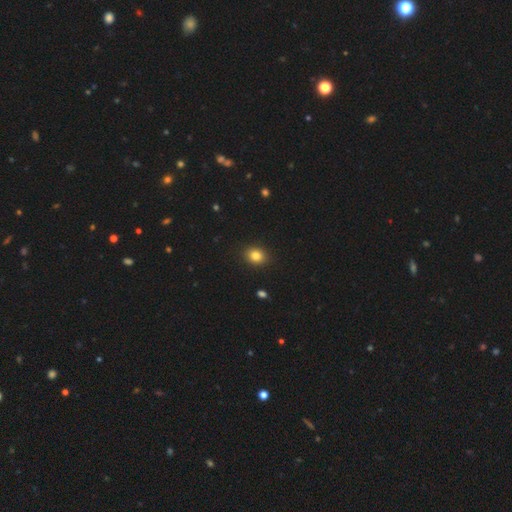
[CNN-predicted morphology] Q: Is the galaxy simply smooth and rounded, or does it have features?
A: smooth — 83%.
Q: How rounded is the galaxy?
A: round — 58%.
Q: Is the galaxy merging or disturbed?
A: none — 90%.